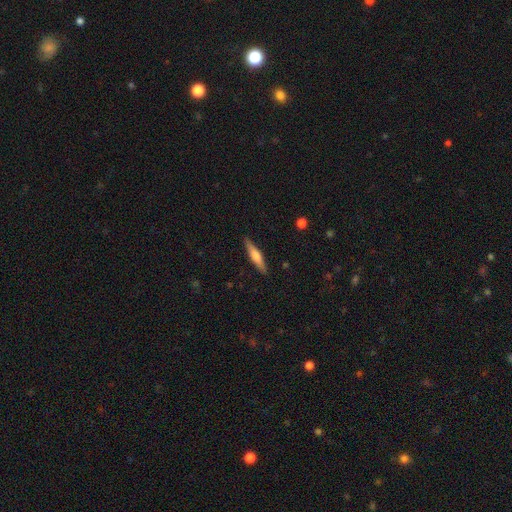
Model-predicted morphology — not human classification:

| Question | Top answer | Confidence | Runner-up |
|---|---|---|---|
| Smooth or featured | smooth | 48% | featured or disk (46%) |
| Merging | none | 89% | minor disturbance (8%) |